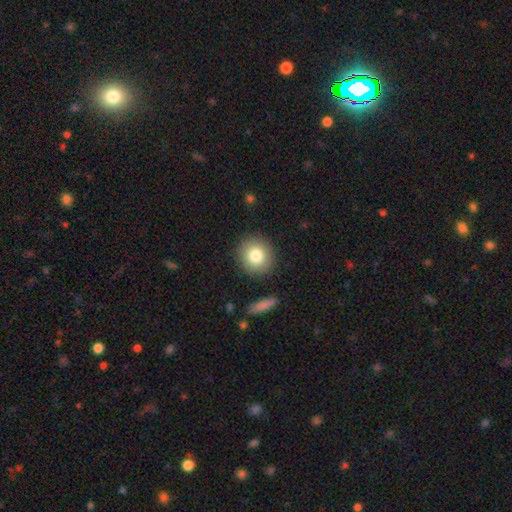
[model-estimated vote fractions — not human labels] A smooth galaxy with no disk features (81%) that is round (88%).

Vote fractions:
- Smooth or featured? smooth: 81% / featured or disk: 10% / star or artifact: 9%
- How rounded? round: 88% / in between: 11% / cigar-shaped: 1%
- Merging? none: 89% / minor disturbance: 7% / major disturbance: 2% / merger: 2%